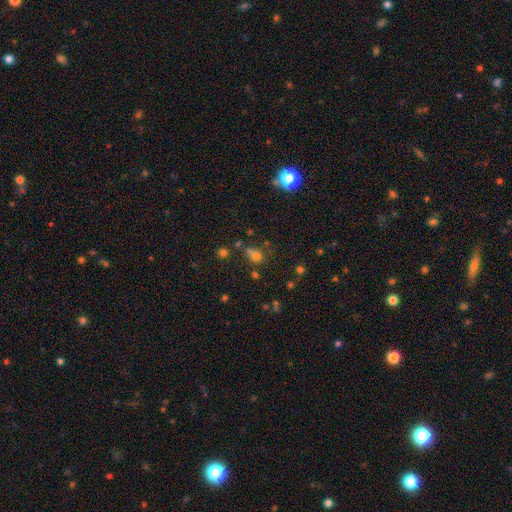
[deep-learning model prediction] Smooth or featured?
  - smooth: 62% *
  - star or artifact: 27%
  - featured or disk: 11%
How rounded?
  - round: 73% *
  - in between: 26%
  - cigar-shaped: 2%
Merging?
  - none: 47% *
  - merger: 31%
  - minor disturbance: 14%
  - major disturbance: 8%